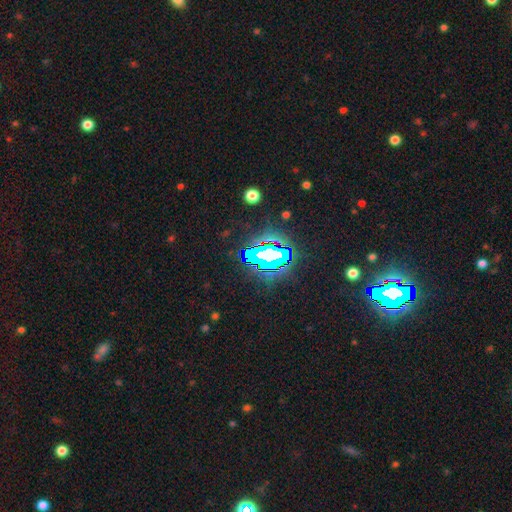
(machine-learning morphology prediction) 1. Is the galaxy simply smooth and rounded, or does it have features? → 70% star or artifact, 17% smooth, 14% featured or disk.